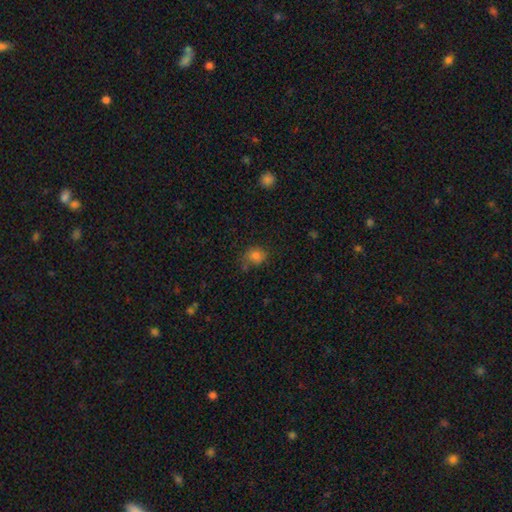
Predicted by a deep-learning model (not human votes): Smooth or featured? smooth (78%)
How rounded? round (60%)
Merging? none (58%)